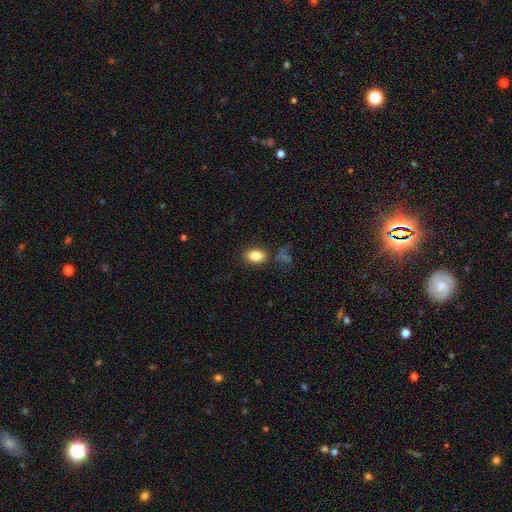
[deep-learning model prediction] Smooth or featured?
  - smooth: 84% *
  - star or artifact: 9%
  - featured or disk: 8%
How rounded?
  - in between: 83% *
  - round: 15%
  - cigar-shaped: 1%
Merging?
  - none: 81% *
  - minor disturbance: 12%
  - merger: 4%
  - major disturbance: 4%